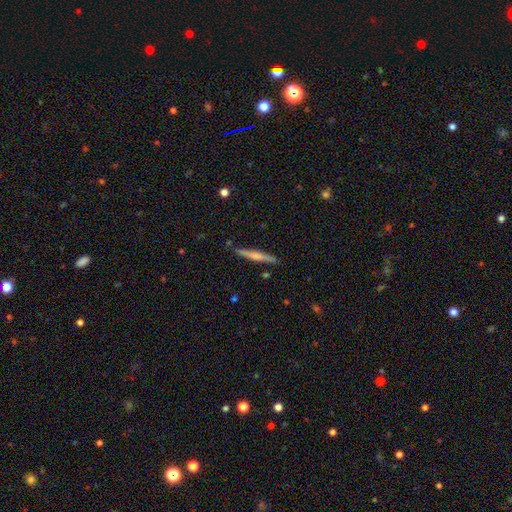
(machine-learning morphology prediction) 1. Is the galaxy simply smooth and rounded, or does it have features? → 52% smooth, 42% featured or disk, 6% star or artifact.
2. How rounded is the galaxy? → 95% cigar-shaped, 4% in between, 1% round.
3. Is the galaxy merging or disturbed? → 86% none, 10% minor disturbance, 2% merger, 2% major disturbance.